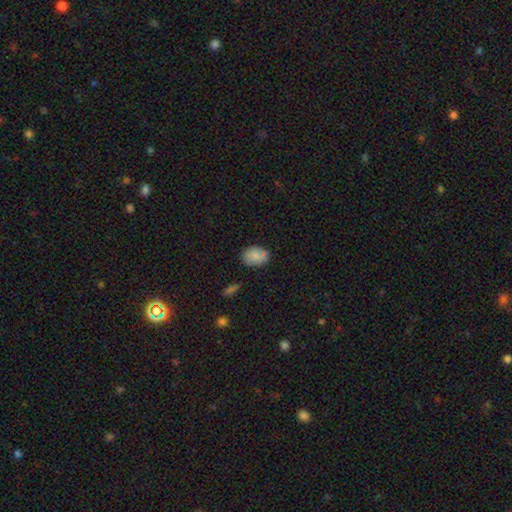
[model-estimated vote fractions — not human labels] Smooth or featured? Predicted: smooth (p=0.82). How rounded? Predicted: in between (p=0.78). Merging? Predicted: none (p=0.74).